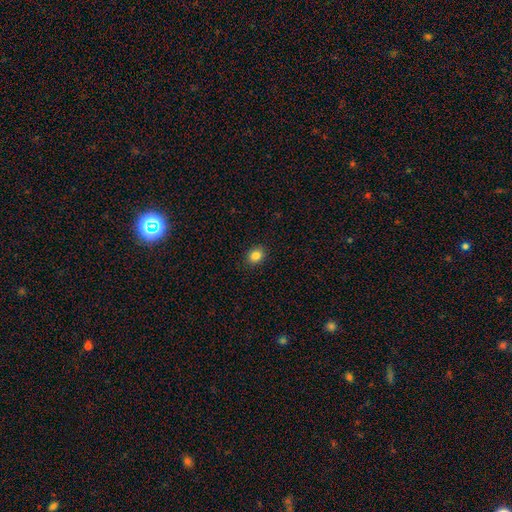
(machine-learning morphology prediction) A smooth galaxy with no disk features (85%) that is round (53%).

Vote fractions:
- Smooth or featured? smooth: 85% / star or artifact: 10% / featured or disk: 5%
- How rounded? round: 53% / in between: 46% / cigar-shaped: 1%
- Merging? none: 90% / minor disturbance: 7% / major disturbance: 2% / merger: 1%